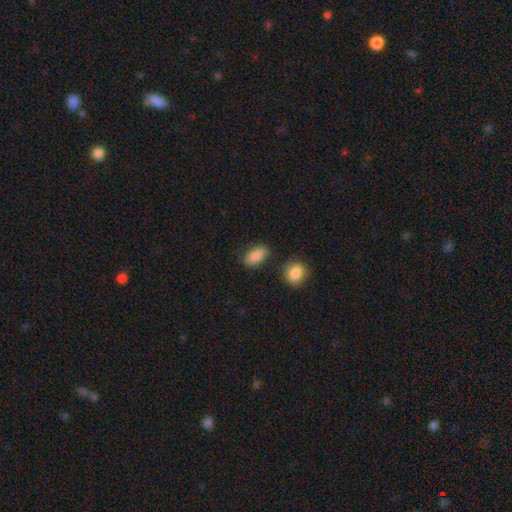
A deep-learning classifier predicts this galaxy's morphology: Smooth or featured? Predicted: smooth (p=0.86). How rounded? Predicted: in between (p=0.90). Merging? Predicted: none (p=0.79).